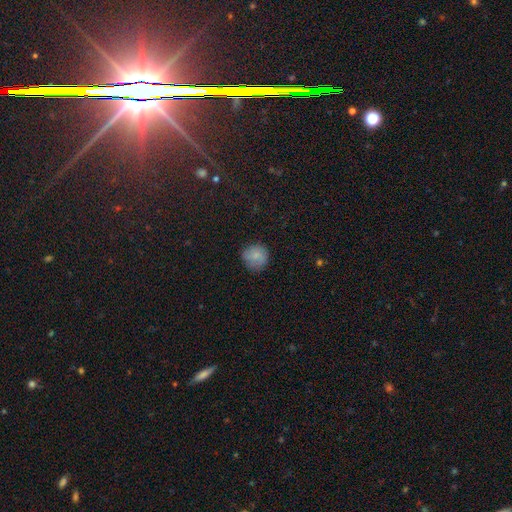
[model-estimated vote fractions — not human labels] A smooth galaxy with no disk features (82%) that is round (92%). Merging: none (81%).